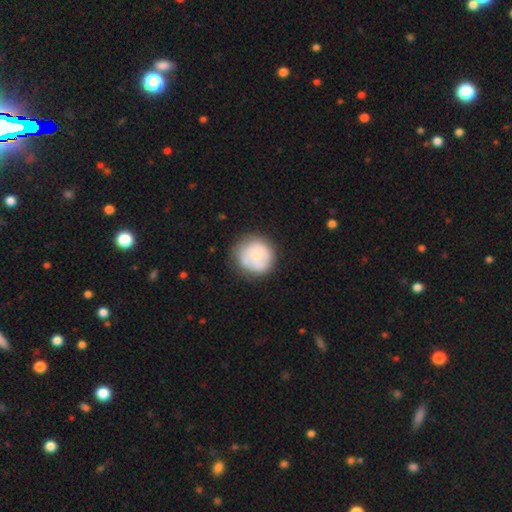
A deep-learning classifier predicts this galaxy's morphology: smooth-or-featured: smooth: 59% | featured or disk: 35% | star or artifact: 6%
  how-rounded: round: 91% | in between: 8% | cigar-shaped: 1%
  merging: none: 64% | minor disturbance: 22% | major disturbance: 9% | merger: 5%